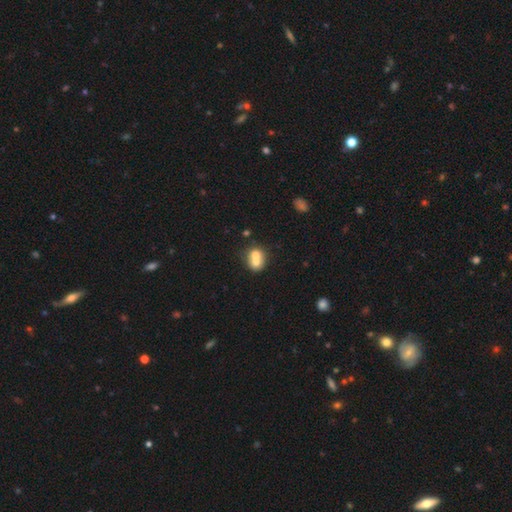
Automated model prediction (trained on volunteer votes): Smooth or featured? Predicted: smooth (p=0.65). How rounded? Predicted: round (p=0.69). Merging? Predicted: merger (p=0.66).